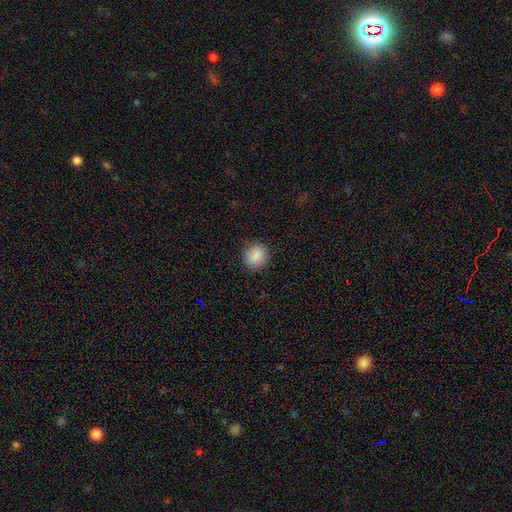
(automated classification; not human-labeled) Smooth or featured: smooth — 89% (star or artifact — 8%)
How rounded: round — 86% (in between — 13%)
Merging: none — 90% (minor disturbance — 7%)